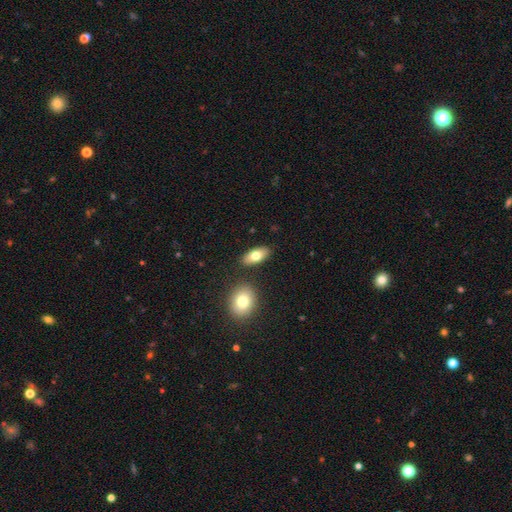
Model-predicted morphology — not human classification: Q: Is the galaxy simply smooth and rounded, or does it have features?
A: smooth — 74%.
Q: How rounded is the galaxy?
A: in between — 90%.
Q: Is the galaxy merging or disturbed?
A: none — 82%.